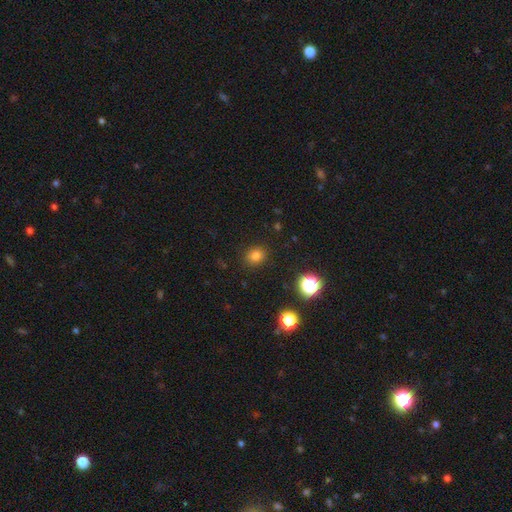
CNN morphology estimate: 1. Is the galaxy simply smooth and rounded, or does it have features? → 78% smooth, 16% star or artifact, 5% featured or disk.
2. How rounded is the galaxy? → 70% round, 29% in between, 1% cigar-shaped.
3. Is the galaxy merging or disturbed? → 88% none, 8% minor disturbance, 3% major disturbance, 1% merger.